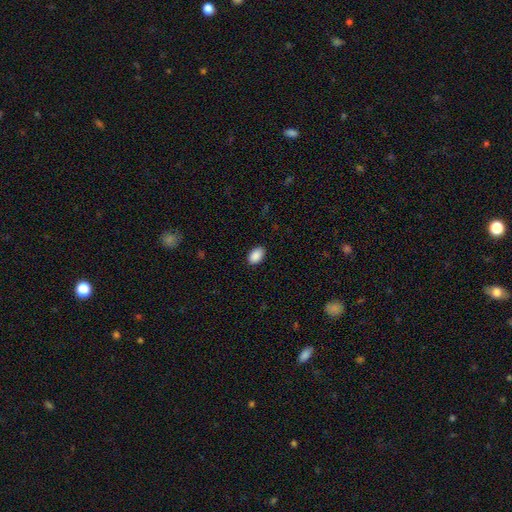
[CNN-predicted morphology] smooth-or-featured: smooth: 90% | star or artifact: 7% | featured or disk: 3%
  how-rounded: in between: 90% | round: 9% | cigar-shaped: 1%
  merging: none: 89% | minor disturbance: 9% | major disturbance: 2% | merger: 1%